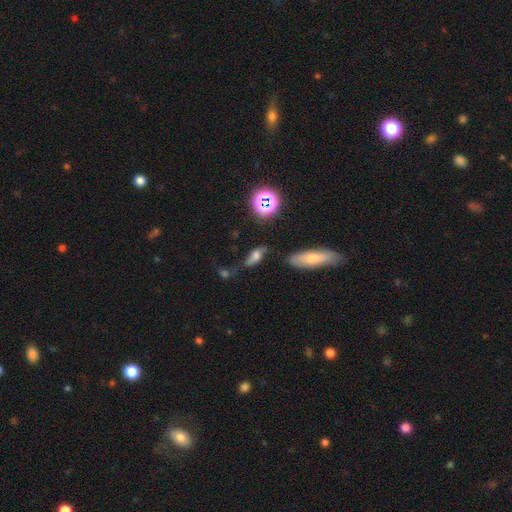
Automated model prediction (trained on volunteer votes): This is possibly a smooth galaxy (47%). Merging: possibly none (48%).